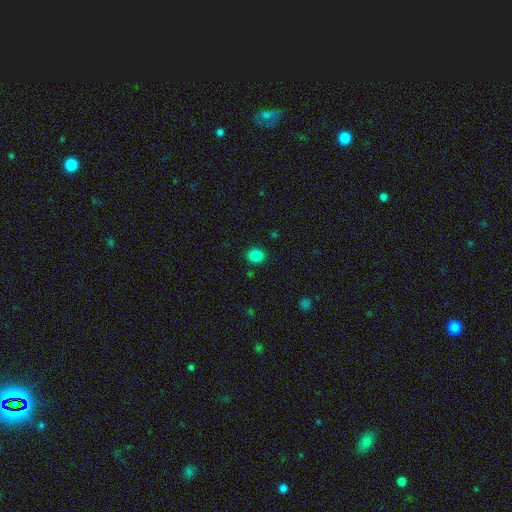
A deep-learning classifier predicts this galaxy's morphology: smooth-or-featured: smooth: 85% | star or artifact: 12% | featured or disk: 3%
  how-rounded: round: 60% | in between: 39% | cigar-shaped: 1%
  merging: none: 87% | minor disturbance: 9% | major disturbance: 3% | merger: 2%